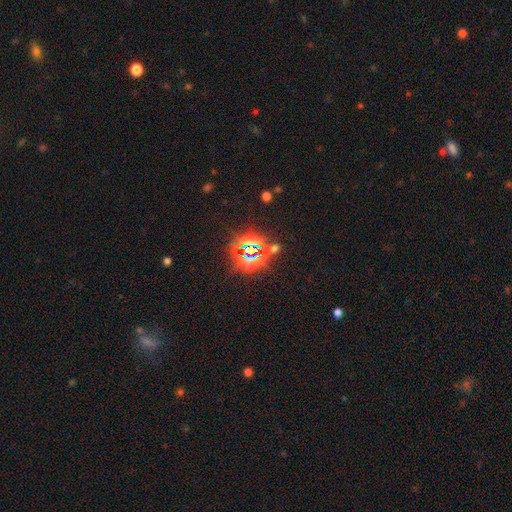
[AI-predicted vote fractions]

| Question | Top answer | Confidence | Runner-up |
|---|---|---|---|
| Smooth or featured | star or artifact | 82% | smooth (10%) |